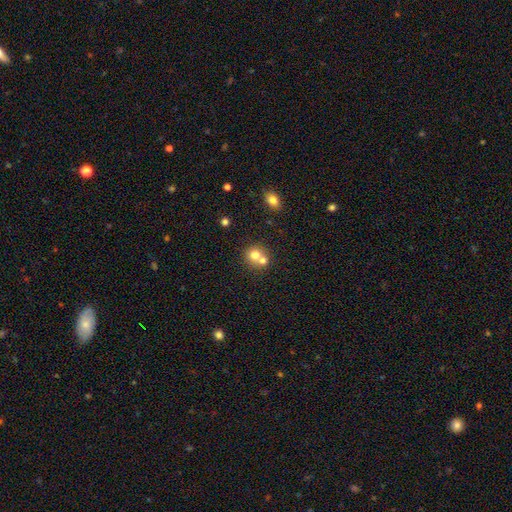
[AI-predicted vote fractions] Smooth or featured?
  - smooth: 72% *
  - featured or disk: 15%
  - star or artifact: 12%
How rounded?
  - round: 85% *
  - in between: 14%
  - cigar-shaped: 1%
Merging?
  - merger: 52% *
  - none: 40%
  - minor disturbance: 6%
  - major disturbance: 2%